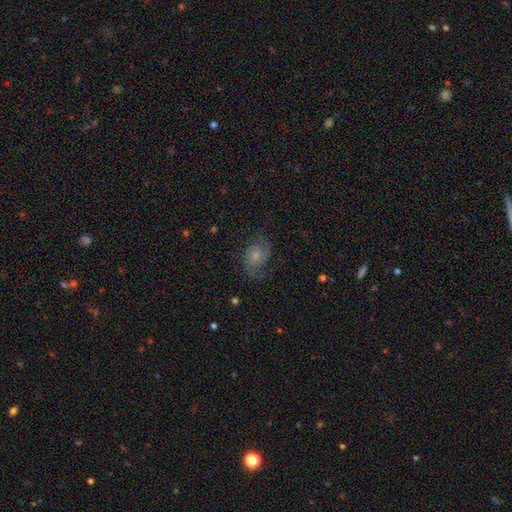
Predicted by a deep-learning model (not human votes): This appears to be a featured or disk galaxy (62%) with no bar (76%), 2 (72%) medium (43%) spiral arms (90%) and a moderate central bulge (46%). Merging: none (64%).